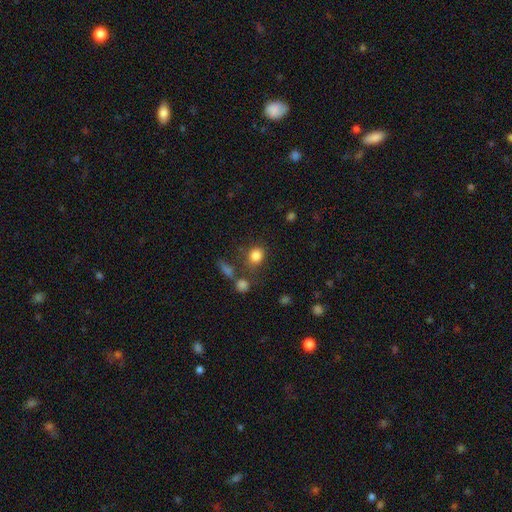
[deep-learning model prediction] Smooth or featured?
  - smooth: 83% *
  - star or artifact: 11%
  - featured or disk: 6%
How rounded?
  - round: 67% *
  - in between: 32%
  - cigar-shaped: 1%
Merging?
  - none: 65% *
  - minor disturbance: 14%
  - merger: 14%
  - major disturbance: 7%